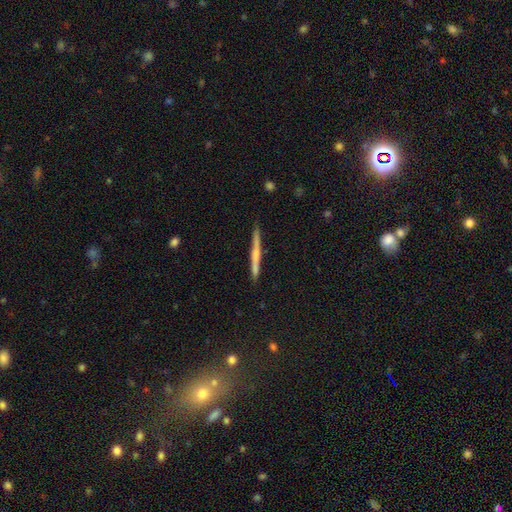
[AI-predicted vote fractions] featured or disk 52%, smooth 41%, star or artifact 7%. Down the decision tree: edge-on disk — yes (97%); edge-on bulge — none (59%); merging — none (87%).